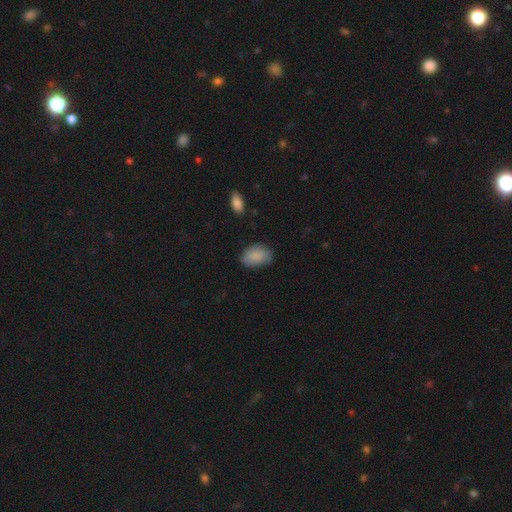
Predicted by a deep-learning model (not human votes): Smooth or featured? smooth (87%)
How rounded? in between (86%)
Merging? none (70%)